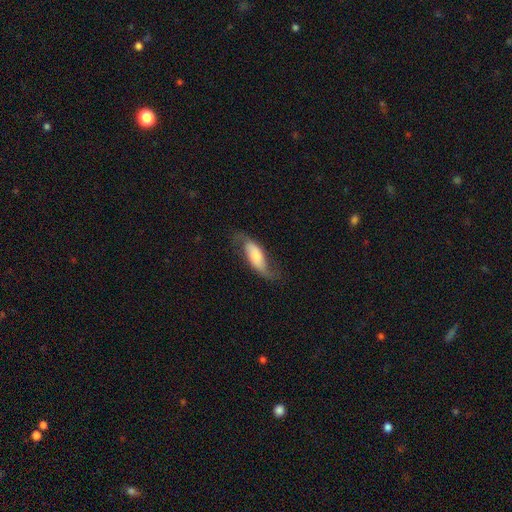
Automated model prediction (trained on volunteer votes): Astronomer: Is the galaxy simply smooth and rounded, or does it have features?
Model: featured or disk — 60%.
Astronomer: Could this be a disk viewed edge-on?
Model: no — 87%.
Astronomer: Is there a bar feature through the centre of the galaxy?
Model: no — 53% (runner-up: weak, 29%).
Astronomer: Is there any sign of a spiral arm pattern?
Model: yes — 89%.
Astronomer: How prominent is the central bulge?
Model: moderate — 37% (runner-up: small, 36%).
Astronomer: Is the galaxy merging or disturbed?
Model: none — 62%.